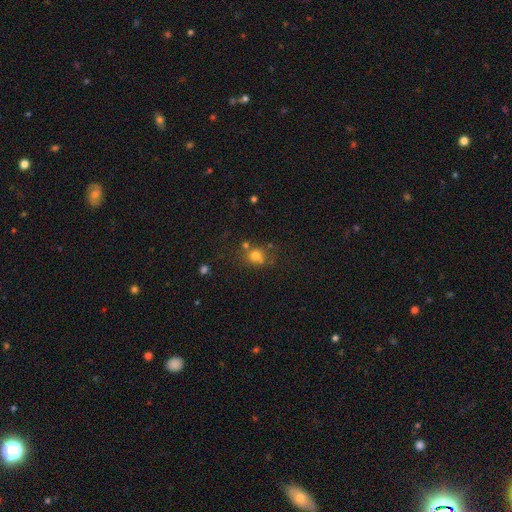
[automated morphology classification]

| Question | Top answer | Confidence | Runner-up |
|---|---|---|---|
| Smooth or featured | smooth | 72% | star or artifact (16%) |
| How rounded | round | 74% | in between (25%) |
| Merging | none | 57% | merger (18%) |